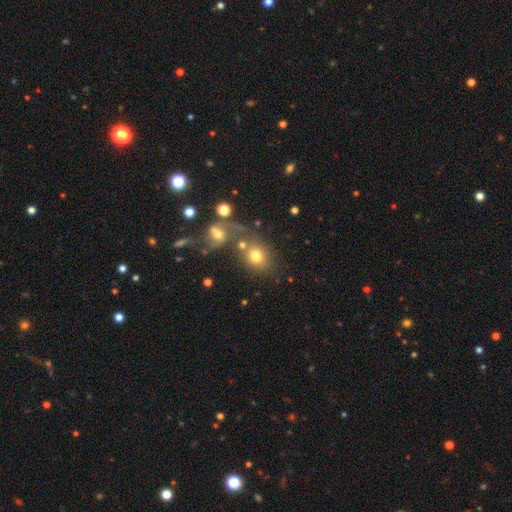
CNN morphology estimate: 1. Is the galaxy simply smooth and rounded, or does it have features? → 72% smooth, 15% featured or disk, 13% star or artifact.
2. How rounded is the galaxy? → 65% round, 33% in between, 1% cigar-shaped.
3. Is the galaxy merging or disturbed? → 42% none, 37% merger, 11% minor disturbance, 10% major disturbance.